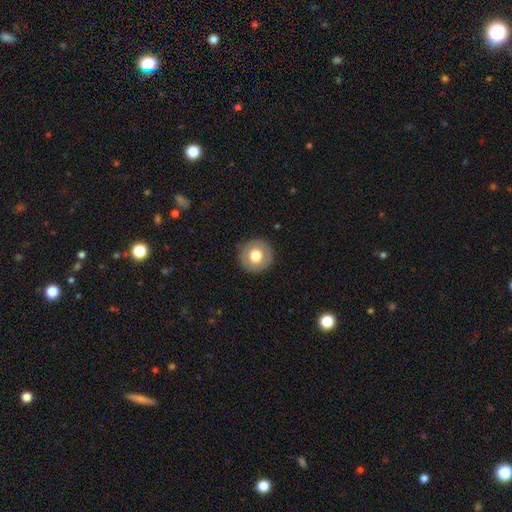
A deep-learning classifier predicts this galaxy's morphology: A smooth galaxy with no disk features (71%) that is round (94%). Merging: none (89%).